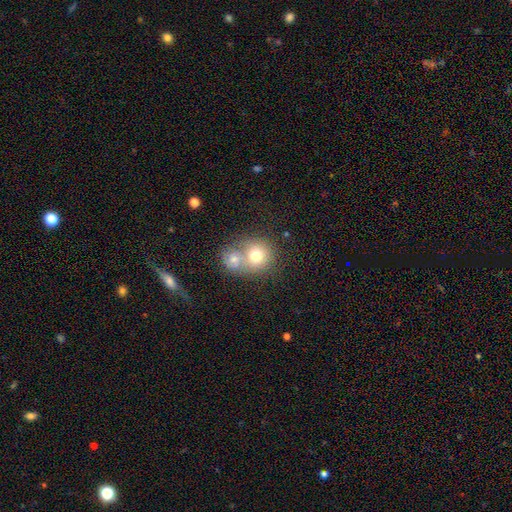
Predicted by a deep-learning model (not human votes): A smooth galaxy with no disk features (71%) that is round (83%). Merging: merger (56%).